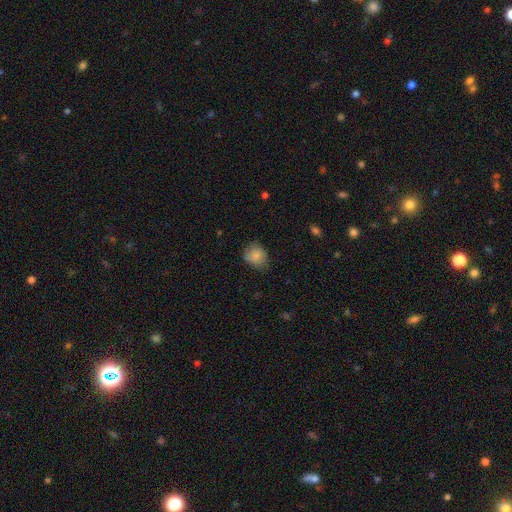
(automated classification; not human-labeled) smooth-or-featured: smooth: 82% | featured or disk: 9% | star or artifact: 9%
  how-rounded: round: 66% | in between: 33% | cigar-shaped: 1%
  merging: none: 65% | minor disturbance: 27% | major disturbance: 6% | merger: 1%